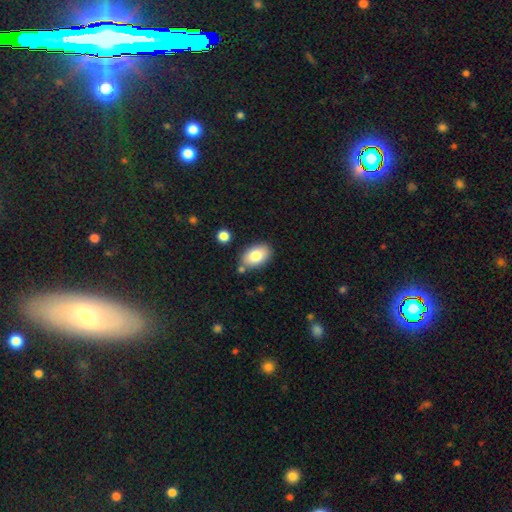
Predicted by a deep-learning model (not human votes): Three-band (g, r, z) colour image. It shows a smooth galaxy with no disk features (82%) that is in between round and cigar-shaped (91%). Merging: none (78%).